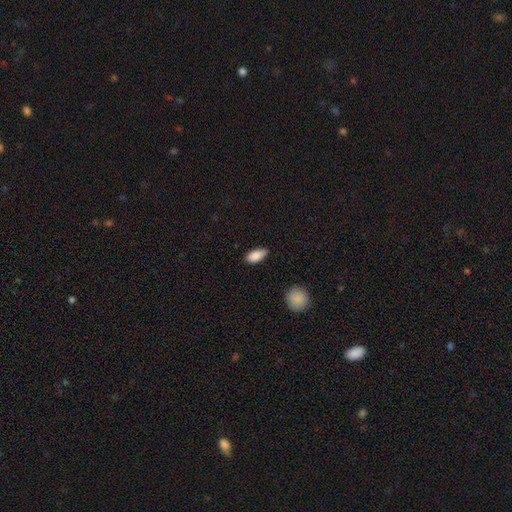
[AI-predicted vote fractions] Smooth or featured?
  - smooth: 88% *
  - star or artifact: 7%
  - featured or disk: 5%
How rounded?
  - in between: 88% *
  - cigar-shaped: 9%
  - round: 3%
Merging?
  - none: 71% *
  - minor disturbance: 24%
  - major disturbance: 3%
  - merger: 2%